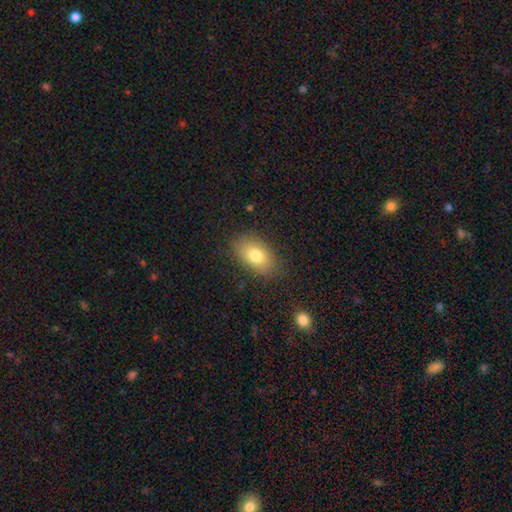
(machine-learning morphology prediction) Smooth or featured? Predicted: smooth (p=0.77). How rounded? Predicted: in between (p=0.89). Merging? Predicted: none (p=0.83).